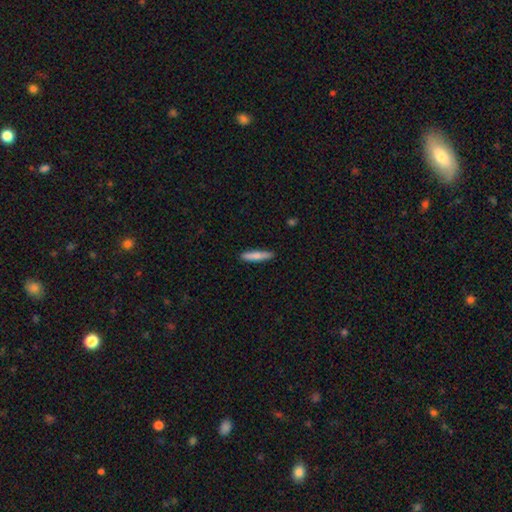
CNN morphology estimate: type=smooth (77%); roundness=cigar-shaped (89%); merging=none (88%).